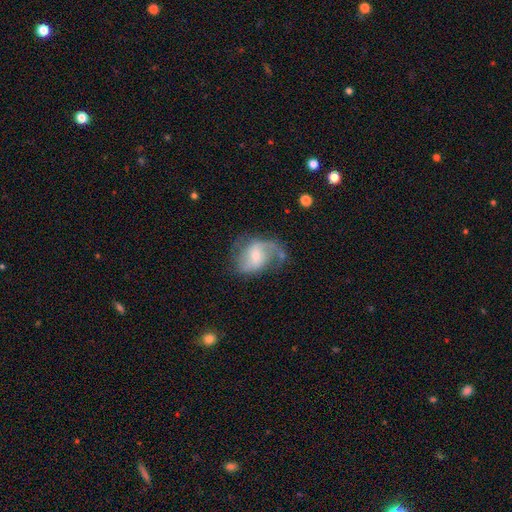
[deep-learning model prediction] This appears to be a featured or disk galaxy (74%) with a weak bar (44%), 2 (69%) loose (50%) spiral arms (90%) and a small central bulge (54%). Merging: none (51%).